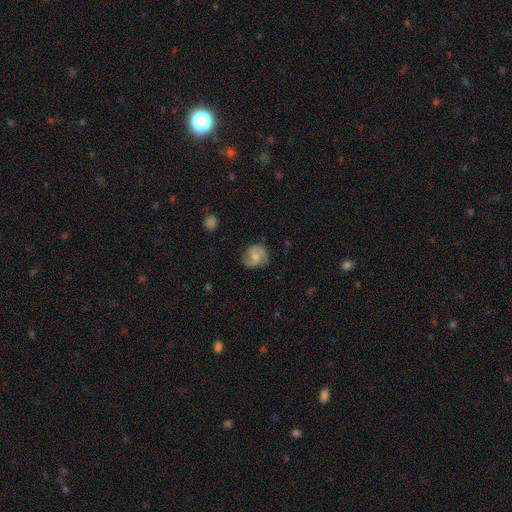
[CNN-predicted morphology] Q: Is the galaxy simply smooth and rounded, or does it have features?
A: featured or disk — 64%.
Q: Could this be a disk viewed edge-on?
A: no — 98%.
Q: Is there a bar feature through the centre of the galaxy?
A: no — 49%.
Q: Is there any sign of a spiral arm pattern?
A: yes — 92%.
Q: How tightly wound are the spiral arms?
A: medium — 50%.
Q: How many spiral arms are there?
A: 2 — 81%.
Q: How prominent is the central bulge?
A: small — 42%.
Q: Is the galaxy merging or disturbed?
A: none — 73%.